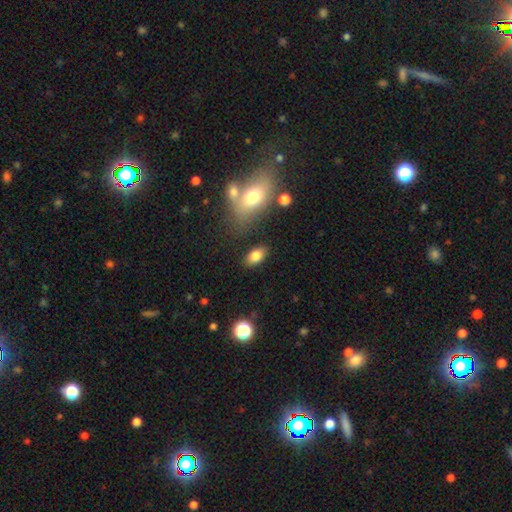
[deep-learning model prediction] Q: Smooth or featured?
A: smooth (82%); runner-up: featured or disk (9%)
Q: How rounded?
A: in between (90%); runner-up: round (7%)
Q: Merging?
A: none (83%); runner-up: minor disturbance (10%)